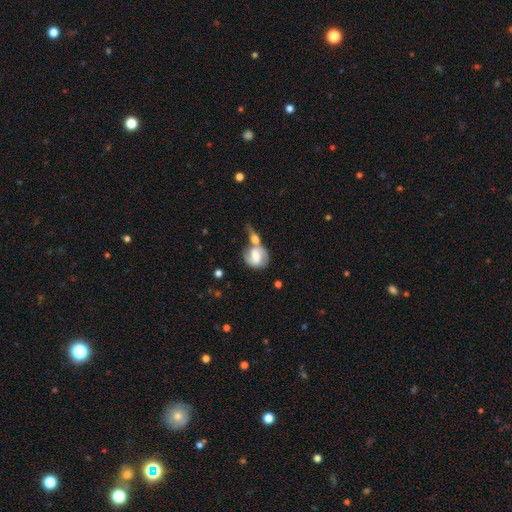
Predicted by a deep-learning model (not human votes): smooth_or_featured: featured or disk (p=0.56) [alt: smooth p=0.36]
disk_edge_on: no (p=0.96) [alt: yes p=0.04]
bar: weak (p=0.45) [alt: no p=0.29]
has_spiral_arms: yes (p=0.77) [alt: no p=0.23]
bulge_size: moderate (p=0.39) [alt: large p=0.26]
merging: merger (p=0.50) [alt: none p=0.27]